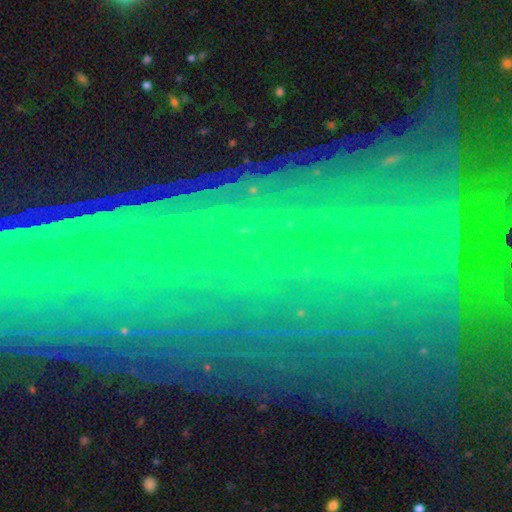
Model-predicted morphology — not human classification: smooth_or_featured: star or artifact (p=0.71) [alt: featured or disk p=0.17]